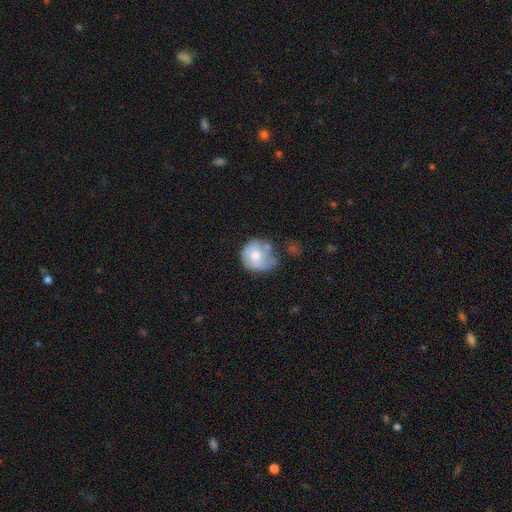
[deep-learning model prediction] Q: Smooth or featured?
A: smooth (49%); runner-up: featured or disk (44%)
Q: Merging?
A: none (37%); runner-up: minor disturbance (31%)